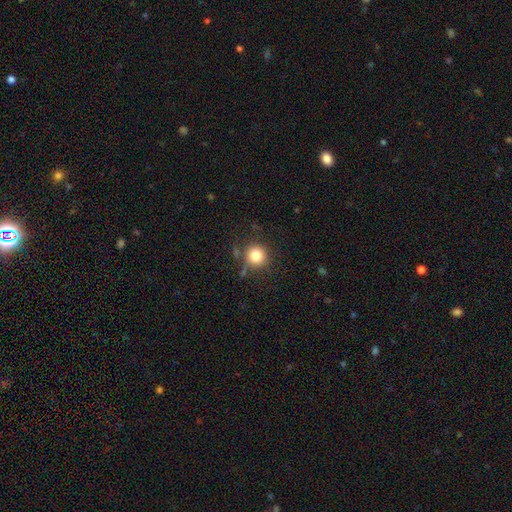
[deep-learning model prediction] A smooth galaxy with no disk features (81%) that is round (93%).

Vote fractions:
- Smooth or featured? smooth: 81% / star or artifact: 12% / featured or disk: 7%
- How rounded? round: 93% / in between: 6% / cigar-shaped: 1%
- Merging? none: 76% / minor disturbance: 14% / merger: 5% / major disturbance: 5%